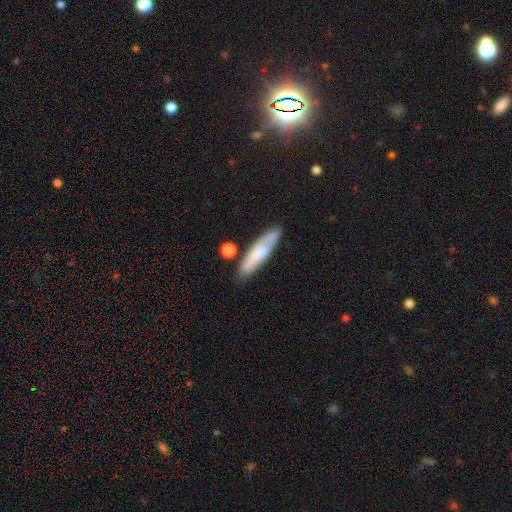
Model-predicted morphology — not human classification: smooth 58%, featured or disk 34%, star or artifact 8%. Down the decision tree: how rounded — cigar-shaped (76%); merging — none (77%).